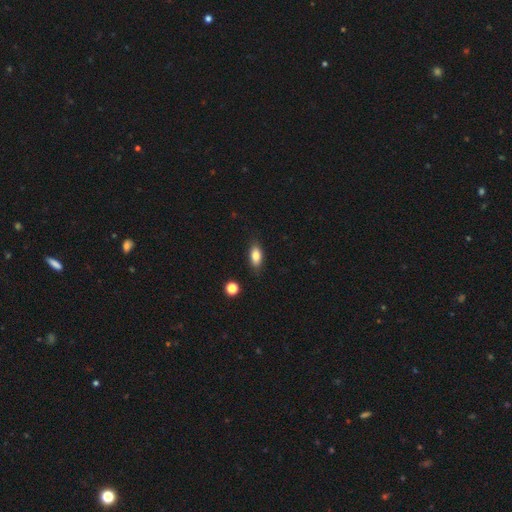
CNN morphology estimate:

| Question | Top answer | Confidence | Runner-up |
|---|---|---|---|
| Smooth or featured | smooth | 82% | featured or disk (10%) |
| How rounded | in between | 84% | cigar-shaped (11%) |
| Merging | none | 84% | minor disturbance (12%) |